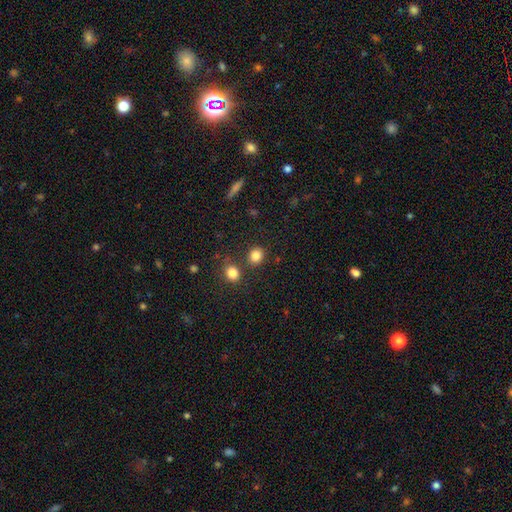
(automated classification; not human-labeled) This is clearly a smooth galaxy (84%). How rounded: likely round (76%). Merging: likely none (77%).